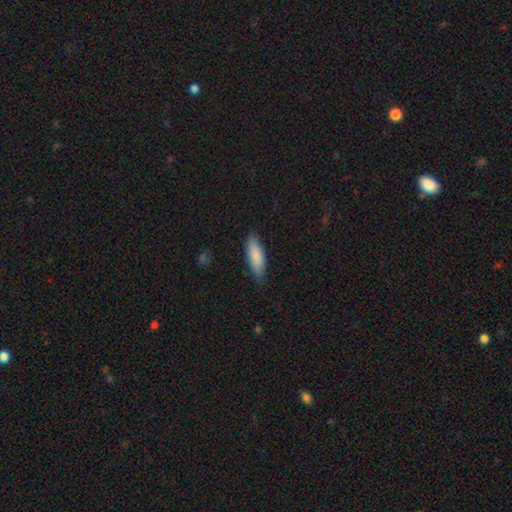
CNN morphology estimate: Smooth or featured: smooth — 86% (featured or disk — 9%)
How rounded: in between — 51% (cigar-shaped — 47%)
Merging: none — 84% (minor disturbance — 13%)